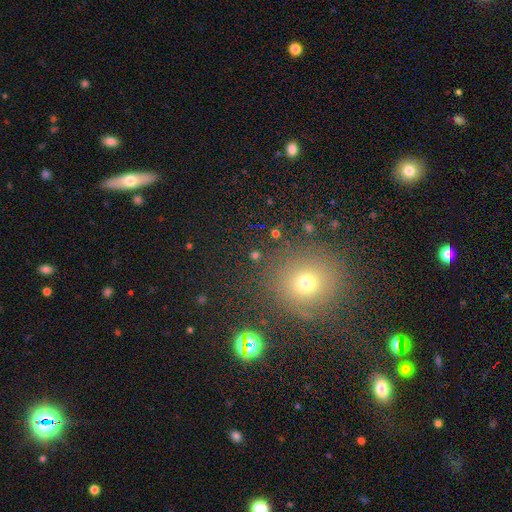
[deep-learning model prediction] smooth_or_featured: smooth (p=0.52) [alt: star or artifact p=0.38]
how_rounded: round (p=0.86) [alt: in between p=0.12]
merging: none (p=0.85) [alt: minor disturbance p=0.07]